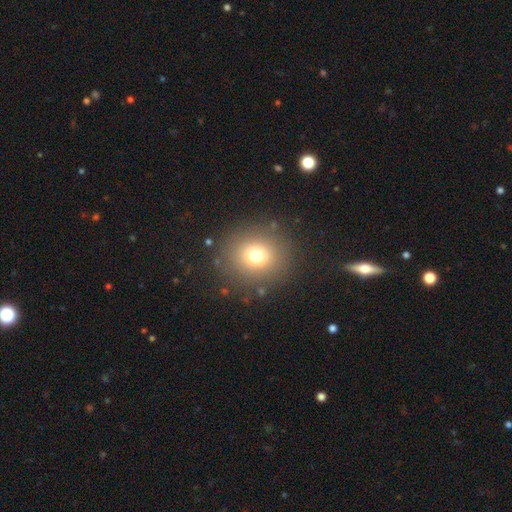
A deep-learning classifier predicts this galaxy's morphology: A smooth galaxy with no disk features (73%) that is round (86%).

Vote fractions:
- Smooth or featured? smooth: 73% / star or artifact: 16% / featured or disk: 11%
- How rounded? round: 86% / in between: 13% / cigar-shaped: 1%
- Merging? none: 86% / minor disturbance: 8% / major disturbance: 4% / merger: 2%